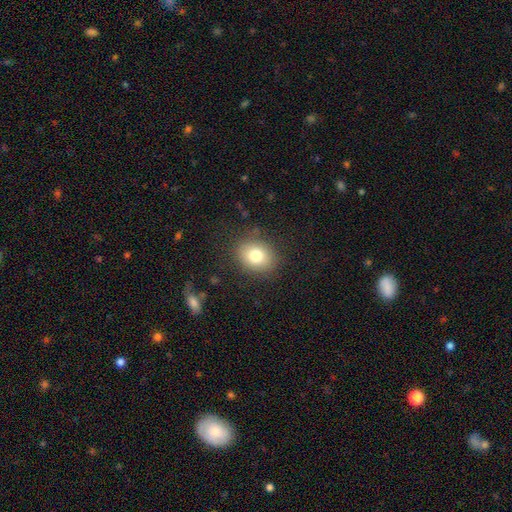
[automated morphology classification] A smooth galaxy with no disk features (79%) that is round (56%). Merging: none (85%).